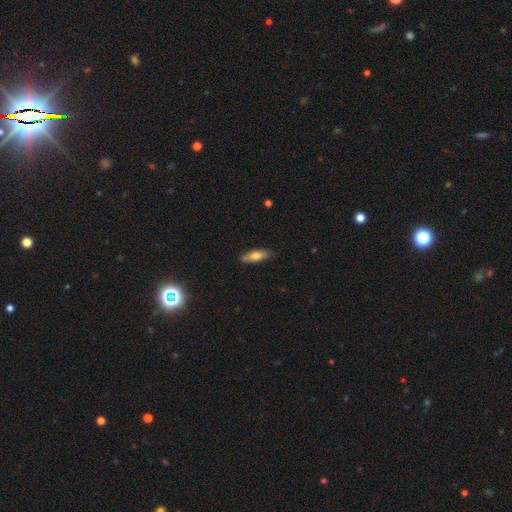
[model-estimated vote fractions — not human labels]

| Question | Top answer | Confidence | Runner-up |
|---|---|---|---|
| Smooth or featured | smooth | 70% | featured or disk (23%) |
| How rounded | in between | 52% | cigar-shaped (46%) |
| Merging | none | 82% | minor disturbance (13%) |